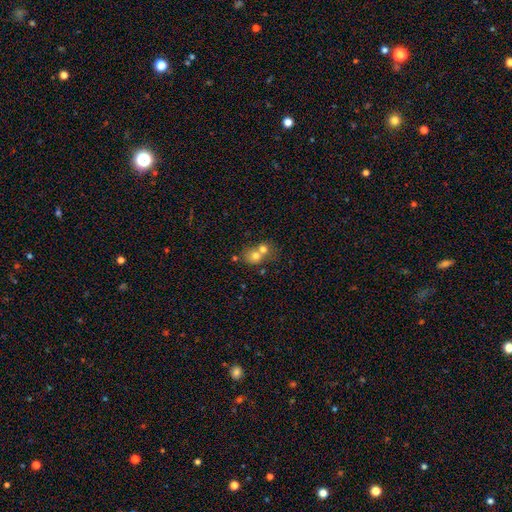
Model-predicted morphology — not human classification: Smooth or featured: smooth — 70% (featured or disk — 19%)
How rounded: round — 73% (in between — 26%)
Merging: merger — 63% (none — 29%)